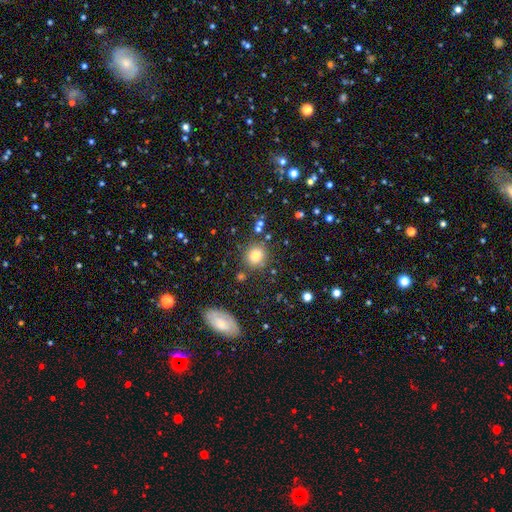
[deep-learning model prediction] smooth-or-featured: smooth: 78% | star or artifact: 13% | featured or disk: 8%
  how-rounded: round: 82% | in between: 17% | cigar-shaped: 1%
  merging: none: 81% | minor disturbance: 10% | merger: 6% | major disturbance: 3%